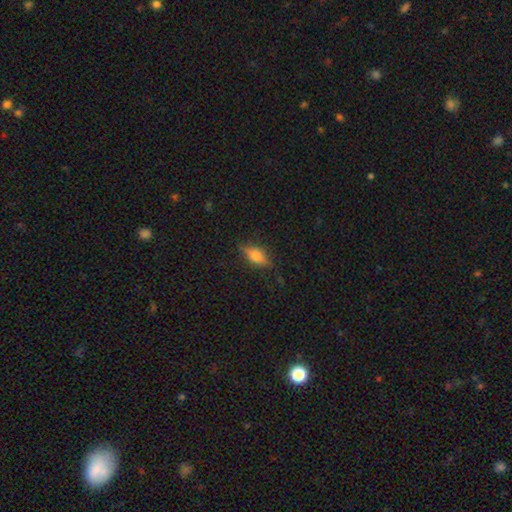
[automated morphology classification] This is likely a smooth galaxy (61%). How rounded: likely in between (72%). Merging: likely none (80%).